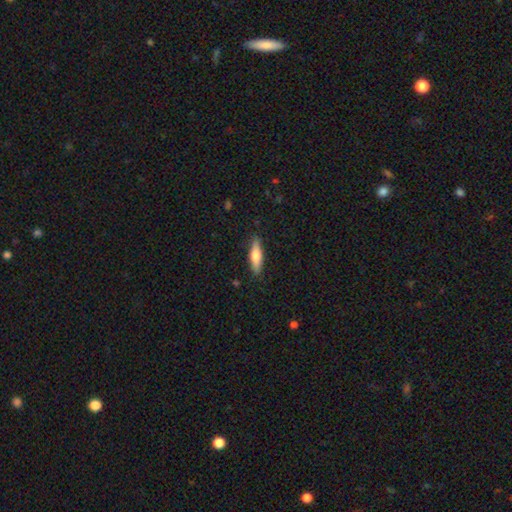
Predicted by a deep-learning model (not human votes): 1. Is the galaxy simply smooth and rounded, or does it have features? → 65% smooth, 30% featured or disk, 6% star or artifact.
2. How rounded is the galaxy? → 66% cigar-shaped, 32% in between, 2% round.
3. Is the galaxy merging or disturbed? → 87% none, 9% minor disturbance, 2% major disturbance, 1% merger.